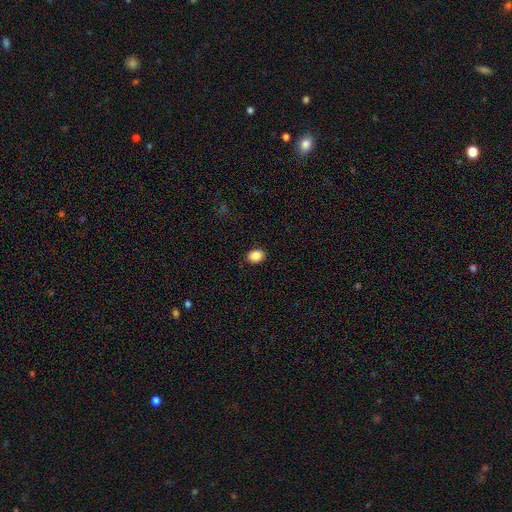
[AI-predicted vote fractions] smooth-or-featured: smooth: 88% | star or artifact: 9% | featured or disk: 3%
  how-rounded: in between: 51% | round: 48% | cigar-shaped: 1%
  merging: none: 88% | minor disturbance: 9% | major disturbance: 2% | merger: 1%